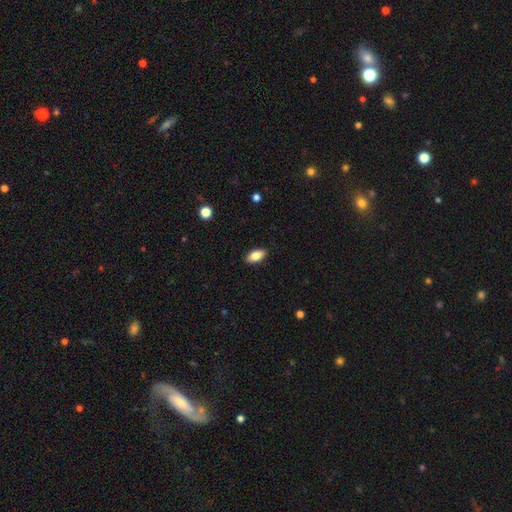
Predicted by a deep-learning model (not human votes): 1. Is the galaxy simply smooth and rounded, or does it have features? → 80% smooth, 12% featured or disk, 7% star or artifact.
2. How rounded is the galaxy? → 90% in between, 7% cigar-shaped, 3% round.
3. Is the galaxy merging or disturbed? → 89% none, 8% minor disturbance, 2% major disturbance, 1% merger.